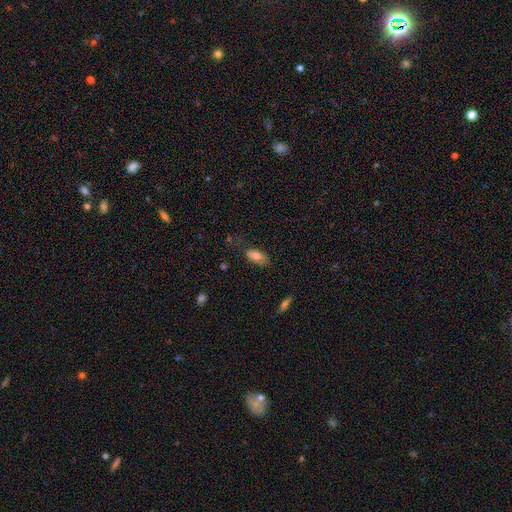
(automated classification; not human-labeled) smooth 79%, featured or disk 13%, star or artifact 8%. Down the decision tree: how rounded — in between (86%); merging — none (70%).